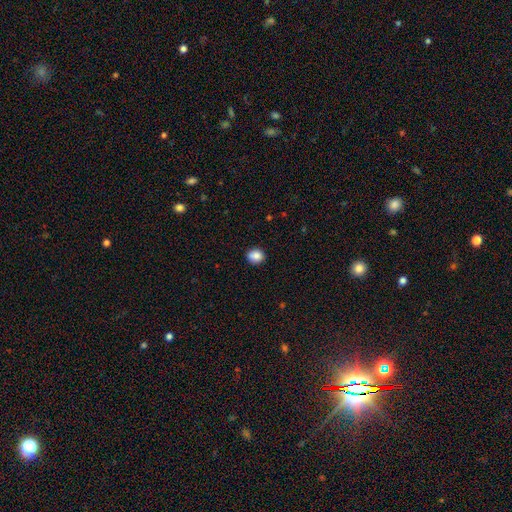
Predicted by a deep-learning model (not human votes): smooth 86%, star or artifact 9%, featured or disk 5%. Down the decision tree: how rounded — round (76%); merging — none (85%).